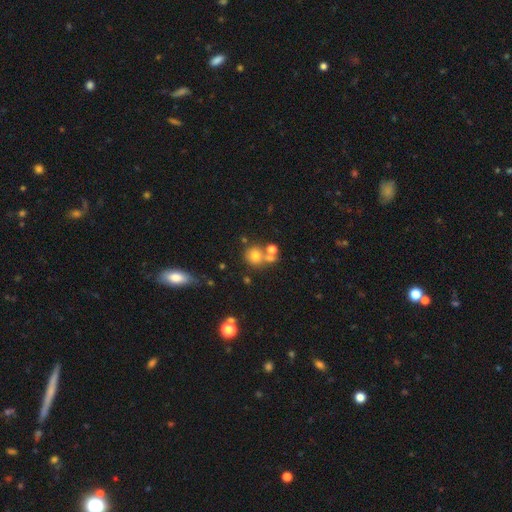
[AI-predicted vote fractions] smooth 67%, star or artifact 18%, featured or disk 14%. Down the decision tree: how rounded — round (84%); merging — none (56%).